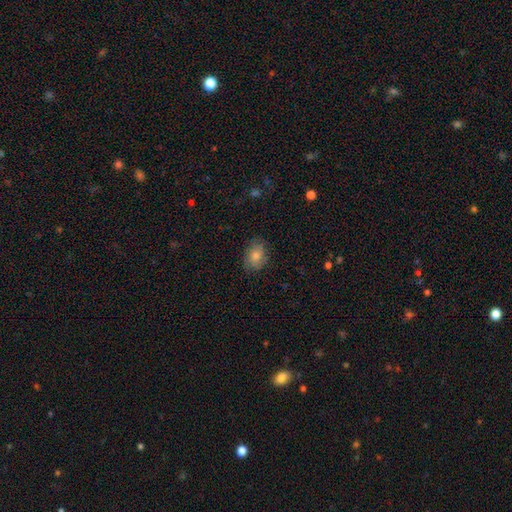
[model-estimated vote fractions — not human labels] This appears to be a smooth galaxy with no disk features (67%) that is in between round and cigar-shaped (69%). Merging: none (79%).